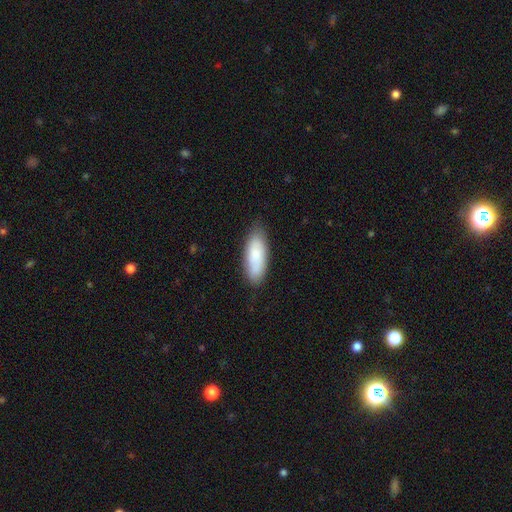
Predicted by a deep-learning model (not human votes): A smooth galaxy with no disk features (80%) that is in between round and cigar-shaped (75%). Merging: none (79%).